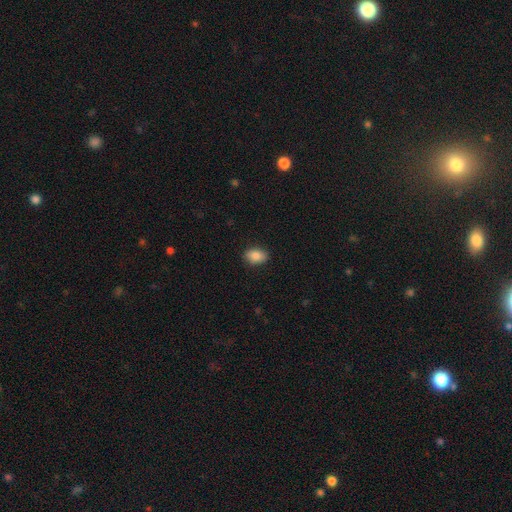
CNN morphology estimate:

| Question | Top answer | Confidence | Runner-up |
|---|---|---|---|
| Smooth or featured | smooth | 86% | star or artifact (8%) |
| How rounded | in between | 80% | round (19%) |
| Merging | none | 88% | minor disturbance (9%) |